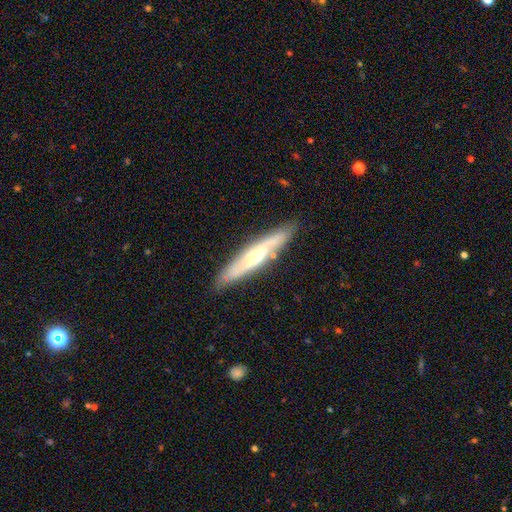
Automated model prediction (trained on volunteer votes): smooth_or_featured: featured or disk (p=0.65) [alt: smooth p=0.28]
disk_edge_on: yes (p=0.85) [alt: no p=0.15]
edge_on_bulge: rounded (p=0.77) [alt: none p=0.18]
merging: none (p=0.86) [alt: minor disturbance p=0.11]